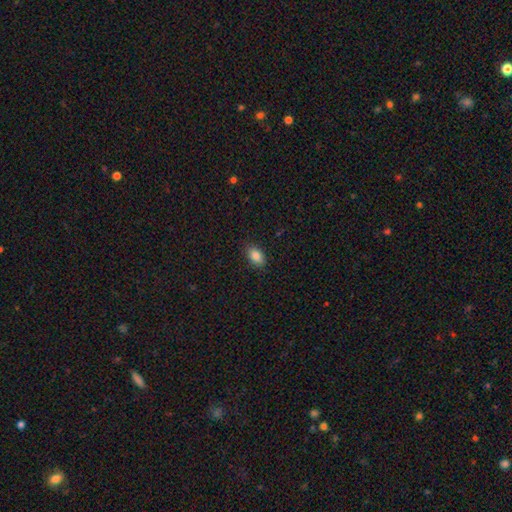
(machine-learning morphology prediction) Q: Smooth or featured?
A: smooth (87%); runner-up: star or artifact (8%)
Q: How rounded?
A: in between (89%); runner-up: round (9%)
Q: Merging?
A: none (86%); runner-up: minor disturbance (11%)